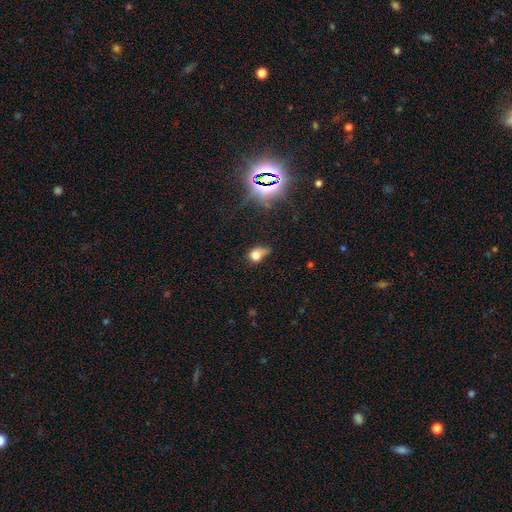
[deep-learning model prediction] Morphology: type=smooth (70%); roundness=in between (56%); merging=minor disturbance (36%).